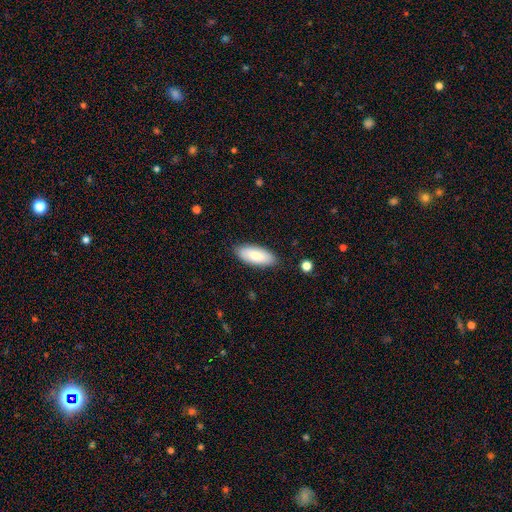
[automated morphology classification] A smooth galaxy with no disk features (77%) that is in between round and cigar-shaped (84%).

Vote fractions:
- Smooth or featured? smooth: 77% / featured or disk: 17% / star or artifact: 6%
- How rounded? in between: 84% / cigar-shaped: 14% / round: 2%
- Merging? none: 86% / minor disturbance: 11% / major disturbance: 2% / merger: 1%